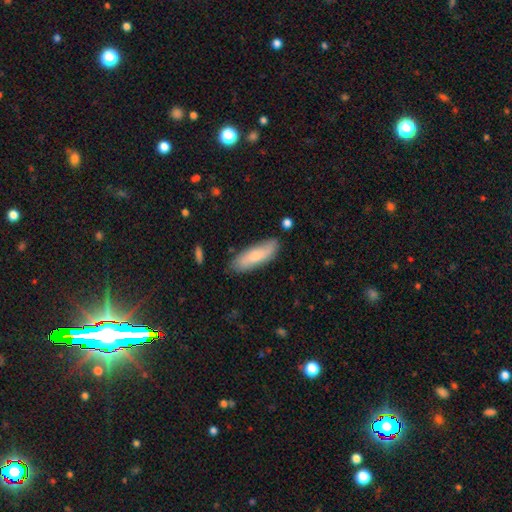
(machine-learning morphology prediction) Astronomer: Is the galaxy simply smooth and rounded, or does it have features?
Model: smooth — 72%.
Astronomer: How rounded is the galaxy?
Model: in between — 50% (runner-up: cigar-shaped, 48%).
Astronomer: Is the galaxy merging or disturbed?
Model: none — 79%.